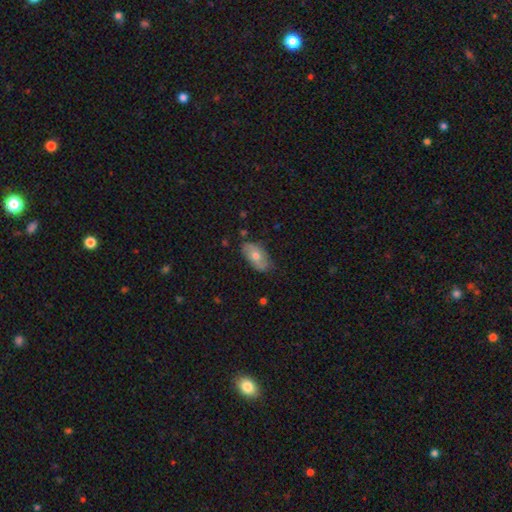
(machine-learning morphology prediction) Smooth or featured? Predicted: smooth (p=0.61). How rounded? Predicted: in between (p=0.92). Merging? Predicted: none (p=0.75).